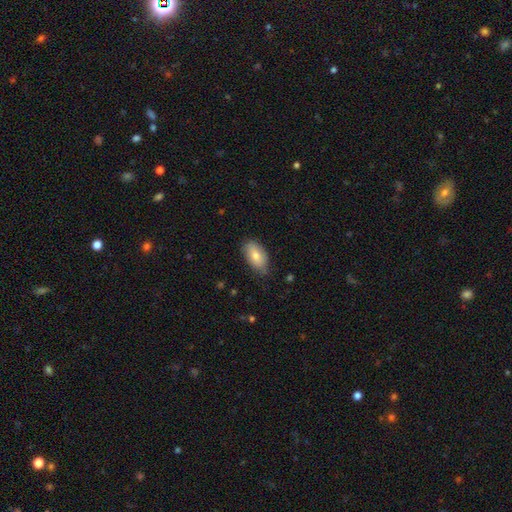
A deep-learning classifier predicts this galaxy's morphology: Smooth or featured: smooth — 77% (featured or disk — 16%)
How rounded: in between — 93% (round — 5%)
Merging: none — 75% (minor disturbance — 21%)